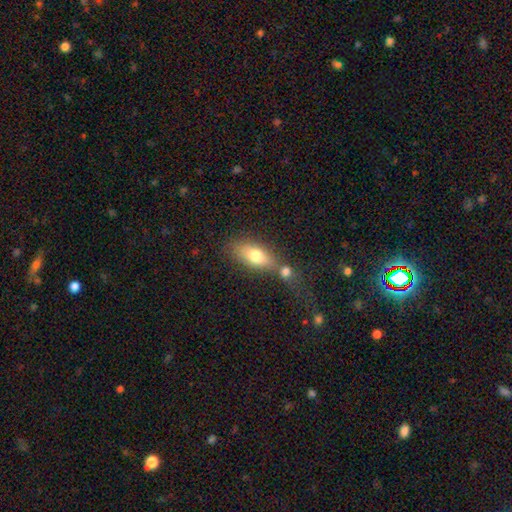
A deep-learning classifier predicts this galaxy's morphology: smooth_or_featured: smooth (p=0.73) [alt: featured or disk p=0.19]
how_rounded: in between (p=0.79) [alt: cigar-shaped p=0.13]
merging: none (p=0.50) [alt: merger p=0.33]